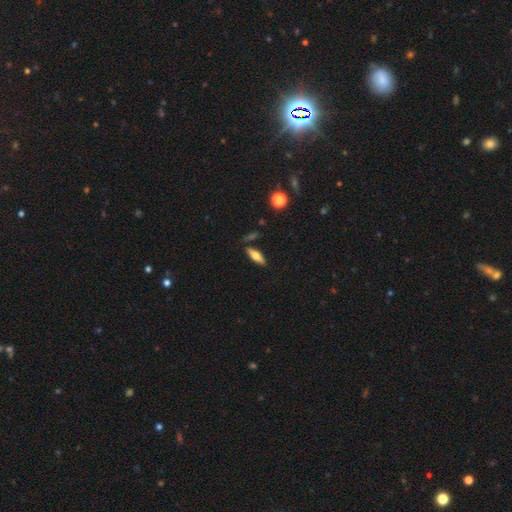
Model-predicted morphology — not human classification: The model was most divided on "how rounded": in between: 54%, cigar-shaped: 44%, round: 3%. More confident: merging — none (81%); smooth or featured — smooth (59%).